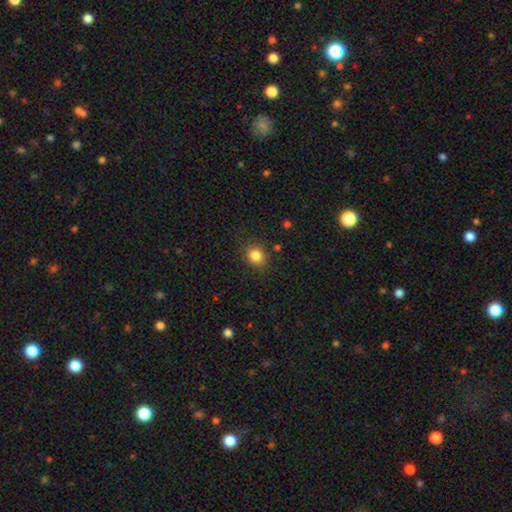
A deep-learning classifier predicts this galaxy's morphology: type=smooth (84%); roundness=round (77%); merging=none (85%).